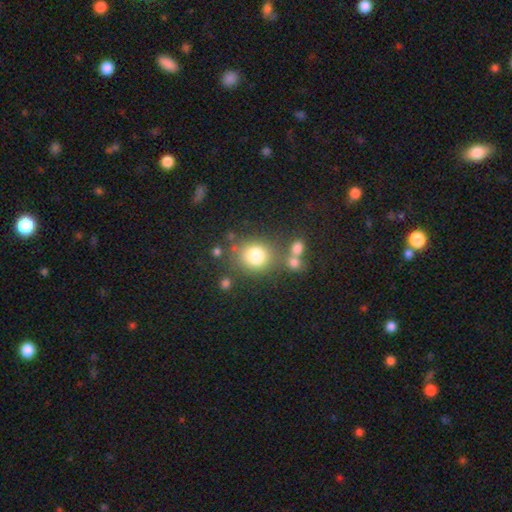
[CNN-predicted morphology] Smooth or featured?
  - smooth: 79% *
  - star or artifact: 12%
  - featured or disk: 9%
How rounded?
  - round: 80% *
  - in between: 19%
  - cigar-shaped: 1%
Merging?
  - none: 66% *
  - merger: 15%
  - minor disturbance: 12%
  - major disturbance: 6%